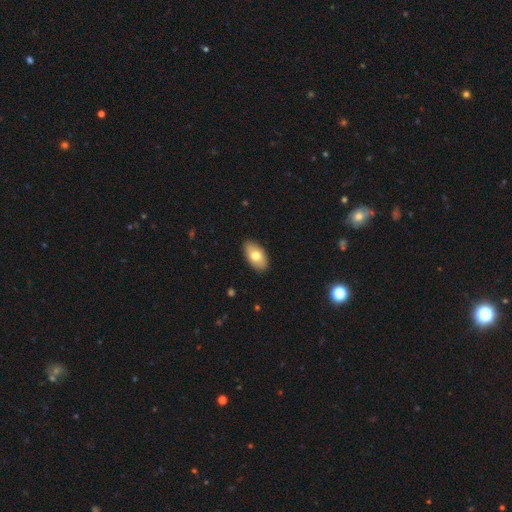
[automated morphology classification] Smooth or featured?
  - smooth: 72% *
  - featured or disk: 22%
  - star or artifact: 6%
How rounded?
  - in between: 94% *
  - round: 4%
  - cigar-shaped: 2%
Merging?
  - none: 88% *
  - minor disturbance: 9%
  - major disturbance: 2%
  - merger: 1%